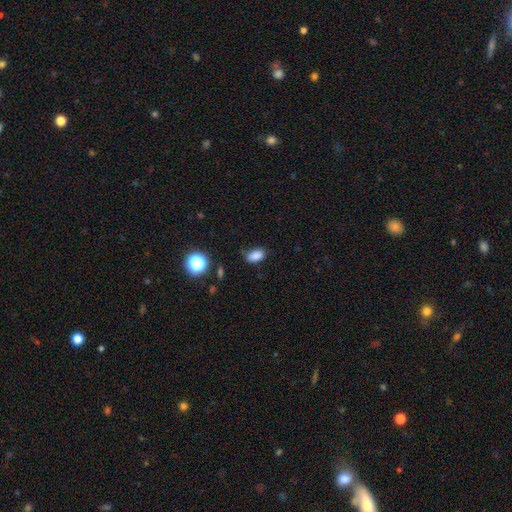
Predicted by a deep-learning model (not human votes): This appears to be a smooth galaxy with no disk features (84%) that is in between round and cigar-shaped (88%). Merging: none (75%).